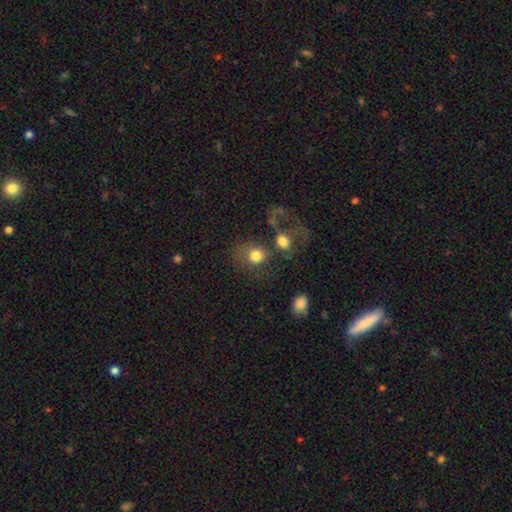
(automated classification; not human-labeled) This appears to be a smooth galaxy with no disk features (75%) that is round (73%). Merging: none (36%).